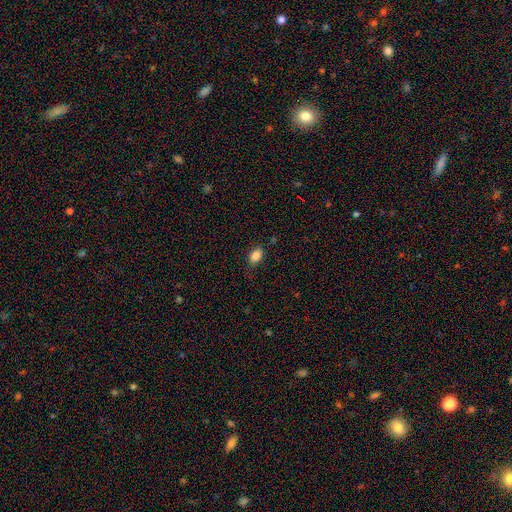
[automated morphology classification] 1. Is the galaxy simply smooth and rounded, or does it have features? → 86% smooth, 9% star or artifact, 4% featured or disk.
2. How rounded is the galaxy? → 83% in between, 16% round, 2% cigar-shaped.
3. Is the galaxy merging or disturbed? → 79% none, 16% minor disturbance, 4% major disturbance, 1% merger.